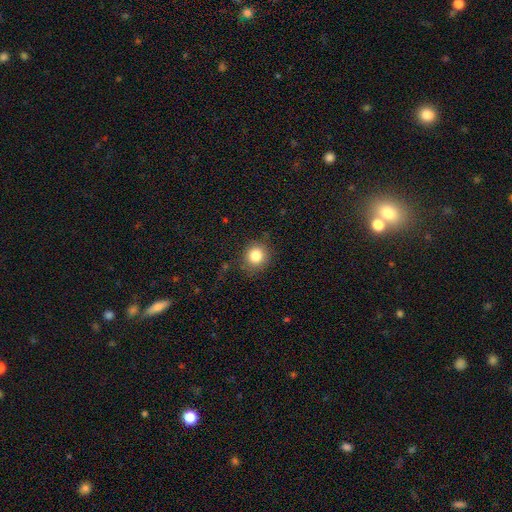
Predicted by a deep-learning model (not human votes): Smooth or featured: smooth — 82% (star or artifact — 11%)
How rounded: round — 87% (in between — 13%)
Merging: none — 82% (minor disturbance — 12%)